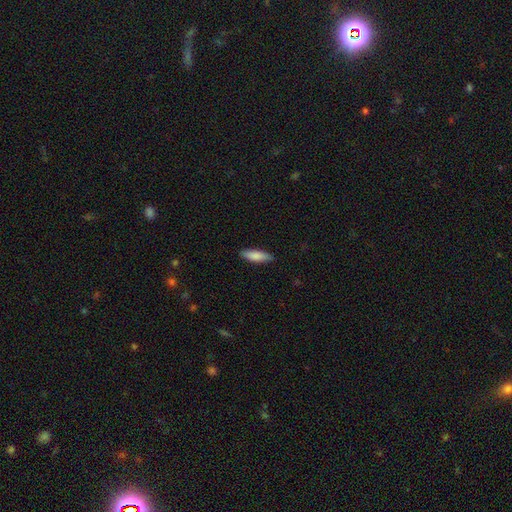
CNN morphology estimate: Smooth or featured? smooth (84%)
How rounded? cigar-shaped (55%)
Merging? none (87%)